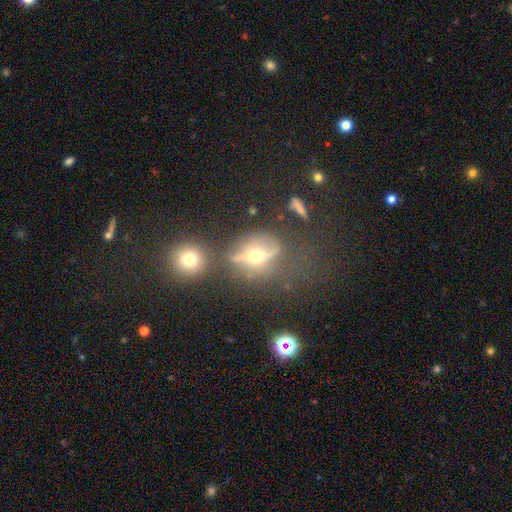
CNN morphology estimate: Q: Smooth or featured?
A: featured or disk (42%); runner-up: smooth (39%)
Q: Merging?
A: none (44%); runner-up: major disturbance (23%)